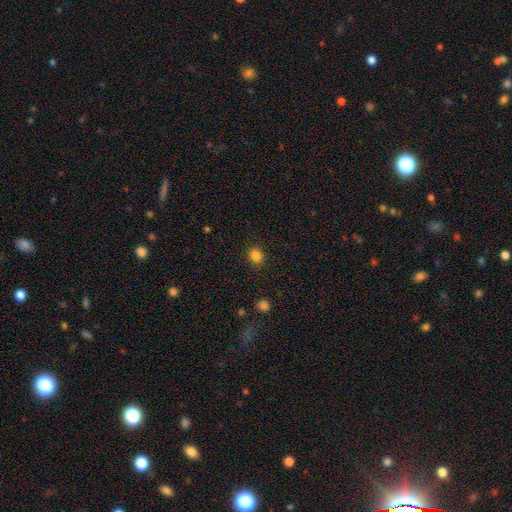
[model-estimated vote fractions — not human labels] Morphology: type=smooth (84%); roundness=round (62%); merging=none (88%).